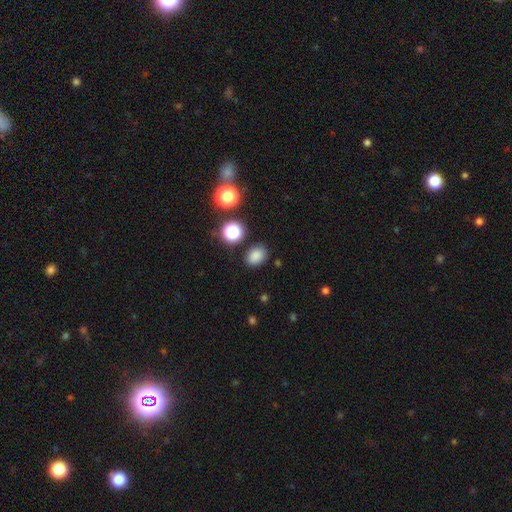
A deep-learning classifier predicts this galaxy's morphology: Overall: smooth (82%). How rounded: in between (61%; round 38%). Merging: none (84%).